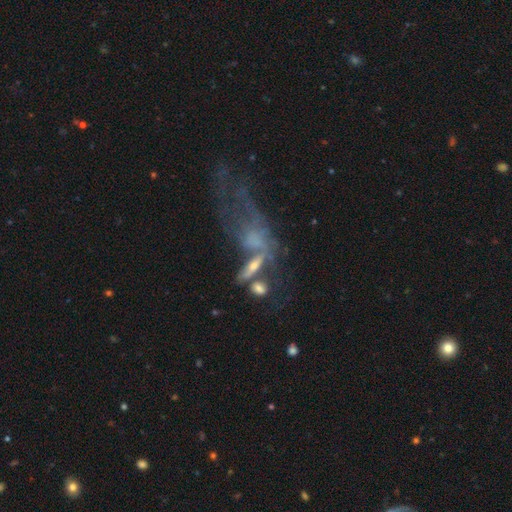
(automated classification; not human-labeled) The model was most divided on "merging": major disturbance: 34%, none: 28%, merger: 22%, minor disturbance: 16%. Remaining: smooth or featured — featured or disk (50%).